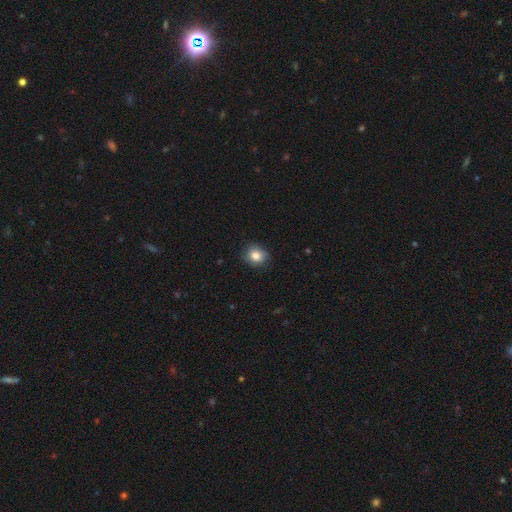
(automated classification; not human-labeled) Smooth or featured?
  - smooth: 84% *
  - star or artifact: 9%
  - featured or disk: 7%
How rounded?
  - round: 69% *
  - in between: 30%
  - cigar-shaped: 1%
Merging?
  - none: 82% *
  - minor disturbance: 14%
  - major disturbance: 3%
  - merger: 1%